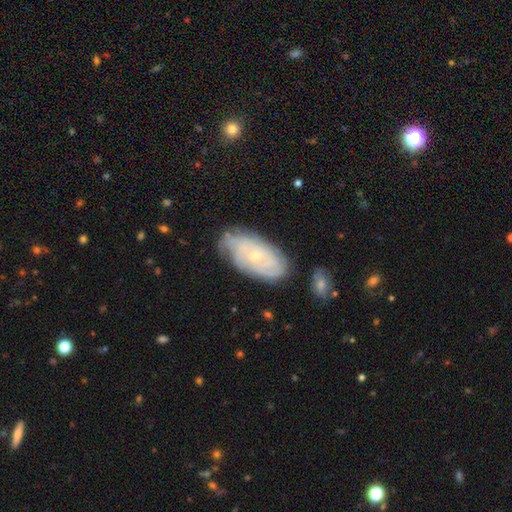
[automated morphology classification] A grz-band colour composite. It shows a featured or disk galaxy (66%) with no bar (75%), tight (72%) spiral arms (85%) and a small central bulge (78%). Merging: none (70%).